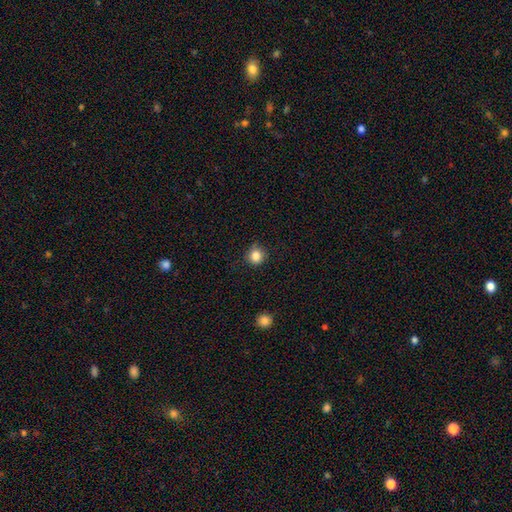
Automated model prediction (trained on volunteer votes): Smooth or featured: smooth — 84% (star or artifact — 11%)
How rounded: round — 88% (in between — 11%)
Merging: none — 82% (minor disturbance — 14%)